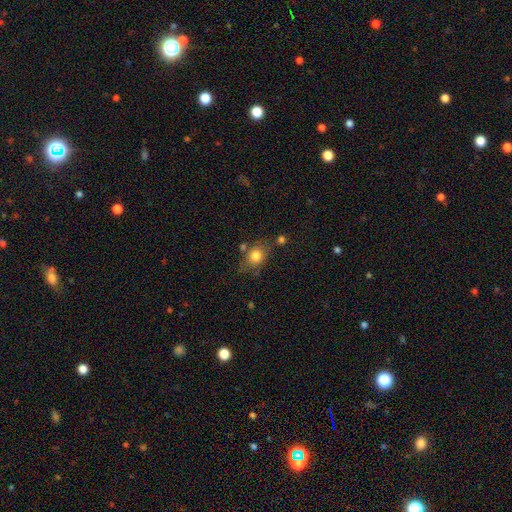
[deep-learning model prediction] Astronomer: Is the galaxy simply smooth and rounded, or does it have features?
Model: smooth — 79%.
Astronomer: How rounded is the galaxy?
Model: in between — 51% (runner-up: round, 47%).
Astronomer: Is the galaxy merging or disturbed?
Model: none — 64%.